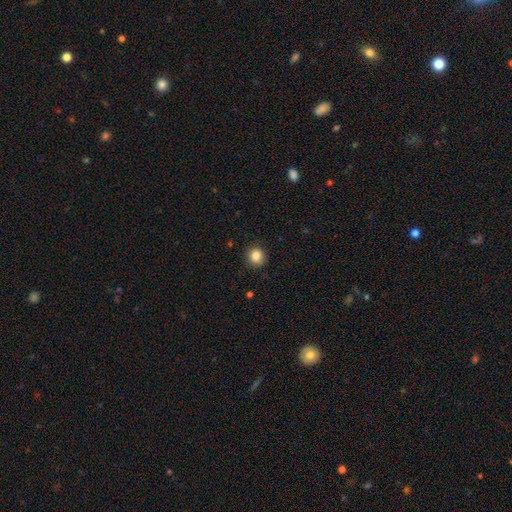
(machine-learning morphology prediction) Overall: smooth (85%). How rounded: round (87%). Merging: none (88%).